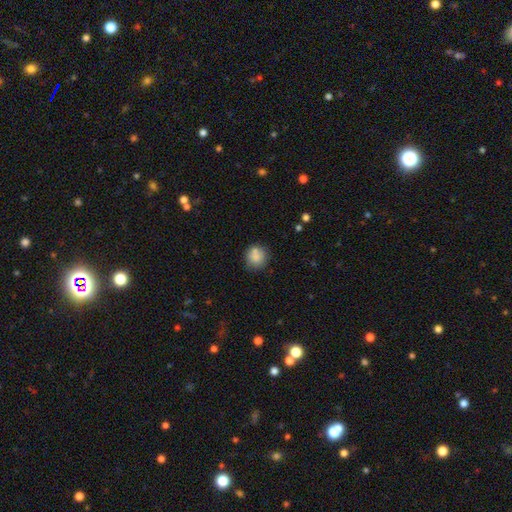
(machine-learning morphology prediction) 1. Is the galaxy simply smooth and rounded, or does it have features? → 82% smooth, 9% featured or disk, 9% star or artifact.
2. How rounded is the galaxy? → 88% round, 11% in between, 1% cigar-shaped.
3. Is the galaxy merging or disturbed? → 67% none, 15% minor disturbance, 13% merger, 4% major disturbance.